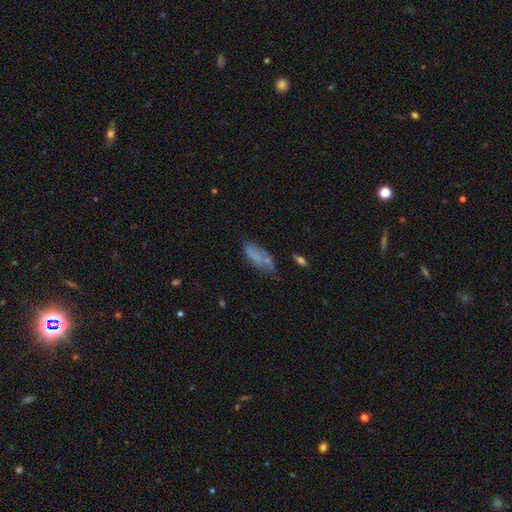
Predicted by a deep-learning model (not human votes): smooth_or_featured: smooth (p=0.61) [alt: featured or disk p=0.29]
how_rounded: in between (p=0.76) [alt: cigar-shaped p=0.21]
merging: none (p=0.44) [alt: minor disturbance p=0.27]